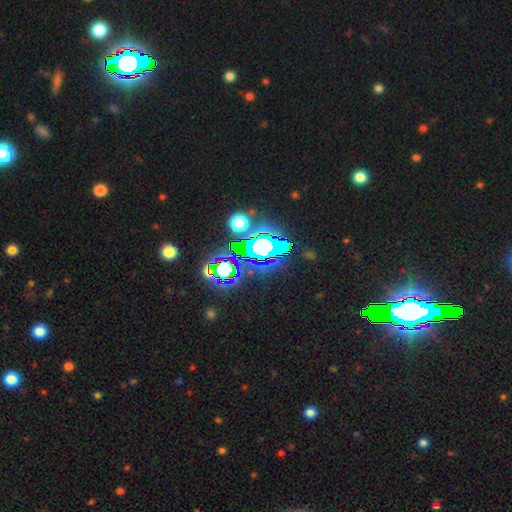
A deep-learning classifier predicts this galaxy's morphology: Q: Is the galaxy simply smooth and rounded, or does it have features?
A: star or artifact — 83%.